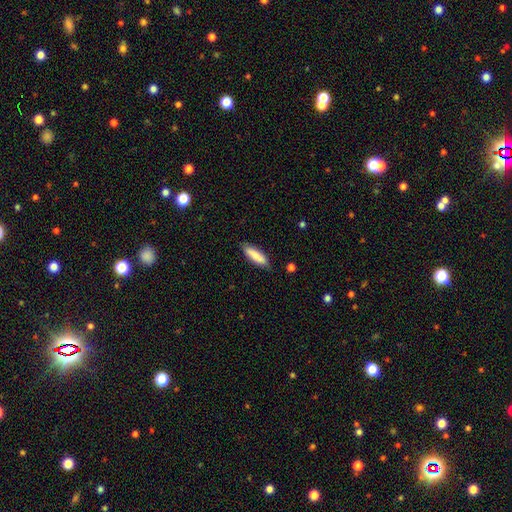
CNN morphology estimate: This appears to be a smooth galaxy with no disk features (83%) that is cigar-shaped (58%). Merging: none (83%).